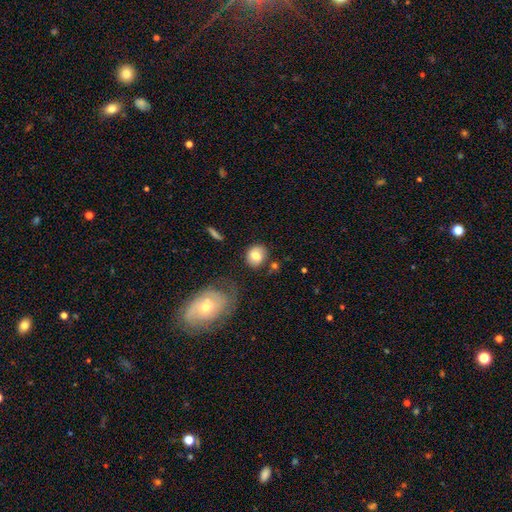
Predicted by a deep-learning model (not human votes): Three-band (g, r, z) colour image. It shows a smooth galaxy with no disk features (74%) that is round (76%). Merging: none (74%).